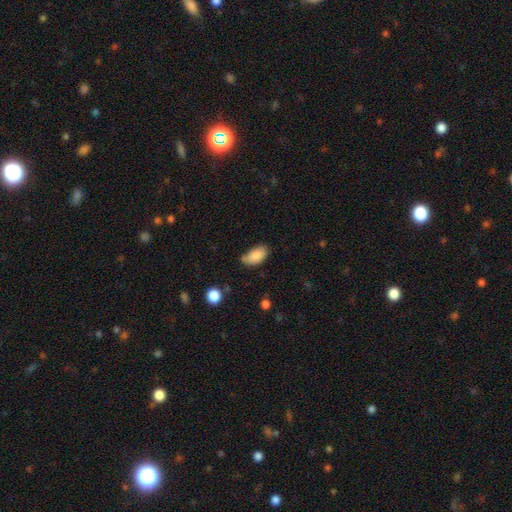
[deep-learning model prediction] smooth 86%, star or artifact 8%, featured or disk 6%. Down the decision tree: how rounded — in between (93%); merging — none (63%).